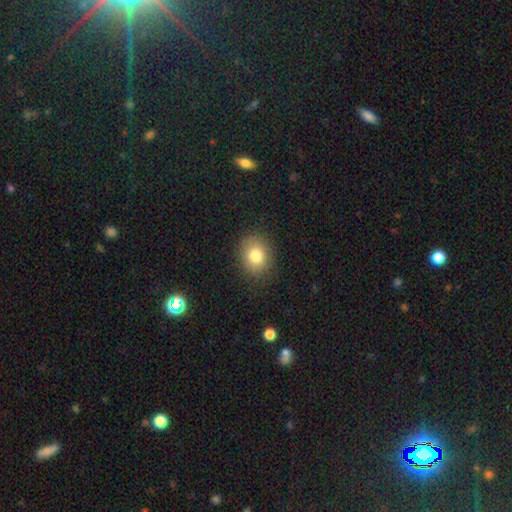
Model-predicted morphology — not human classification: smooth-or-featured: smooth: 81% | star or artifact: 10% | featured or disk: 9%
  how-rounded: round: 59% | in between: 40% | cigar-shaped: 1%
  merging: none: 84% | minor disturbance: 11% | major disturbance: 4% | merger: 1%